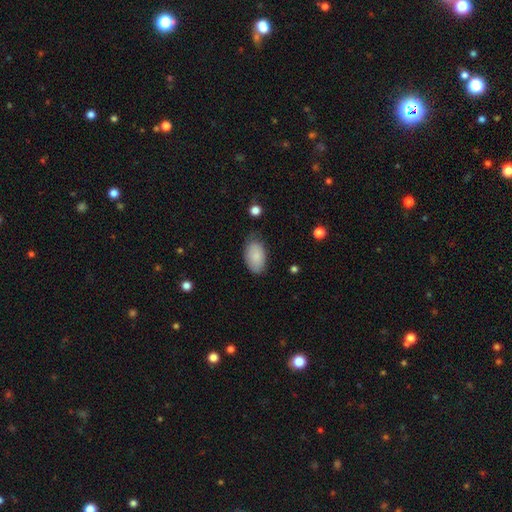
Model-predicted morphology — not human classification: This appears to be a smooth galaxy with no disk features (85%) that is in between round and cigar-shaped (93%). Merging: none (67%).